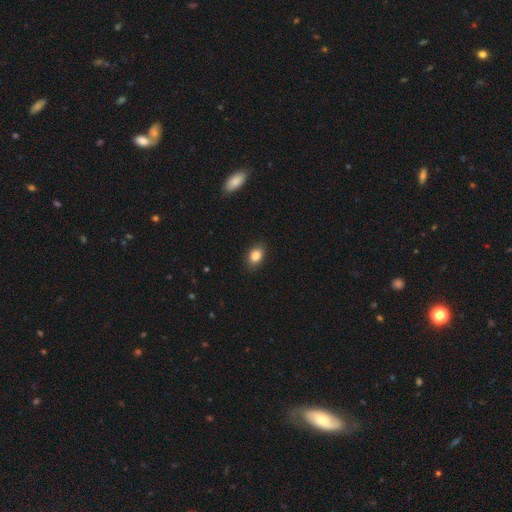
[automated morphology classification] This is clearly a smooth galaxy (85%). How rounded: likely in between (75%). Merging: clearly none (86%).